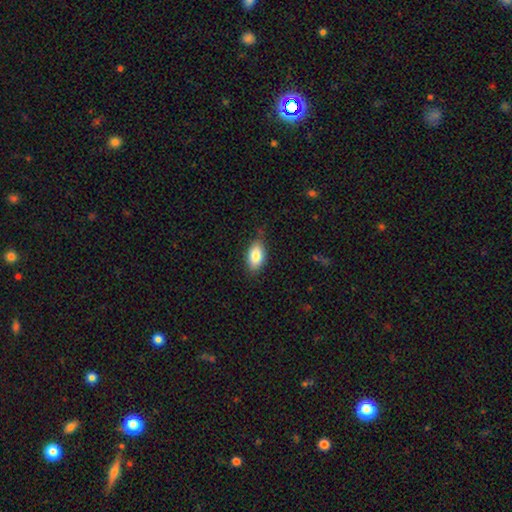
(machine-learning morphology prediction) smooth-or-featured: smooth: 84% | featured or disk: 9% | star or artifact: 7%
  how-rounded: in between: 92% | round: 5% | cigar-shaped: 3%
  merging: none: 77% | minor disturbance: 18% | major disturbance: 4% | merger: 1%